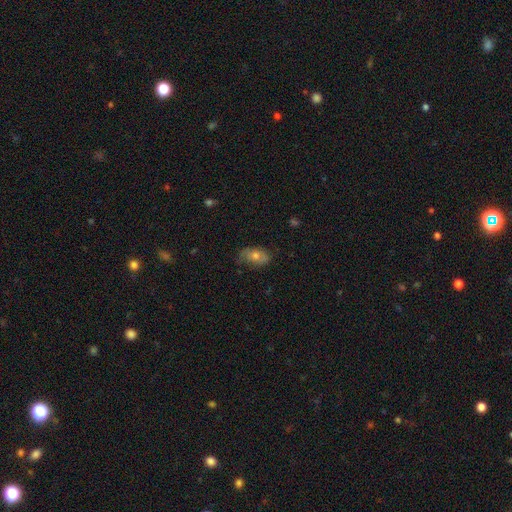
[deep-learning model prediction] Smooth or featured? Predicted: smooth (p=0.61). How rounded? Predicted: in between (p=0.86). Merging? Predicted: none (p=0.66).